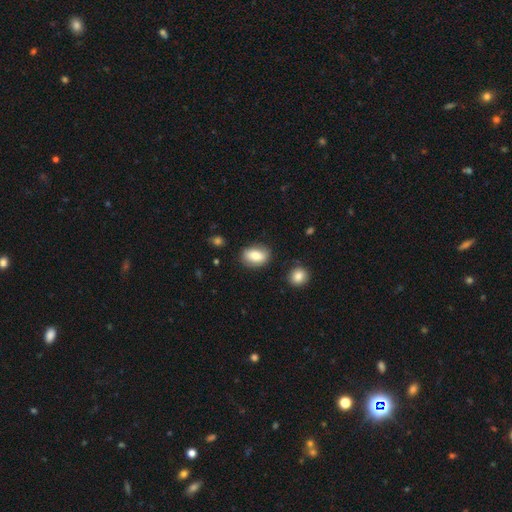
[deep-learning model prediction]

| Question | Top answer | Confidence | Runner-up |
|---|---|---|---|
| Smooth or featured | smooth | 79% | featured or disk (13%) |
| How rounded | in between | 81% | round (17%) |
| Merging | none | 80% | minor disturbance (14%) |